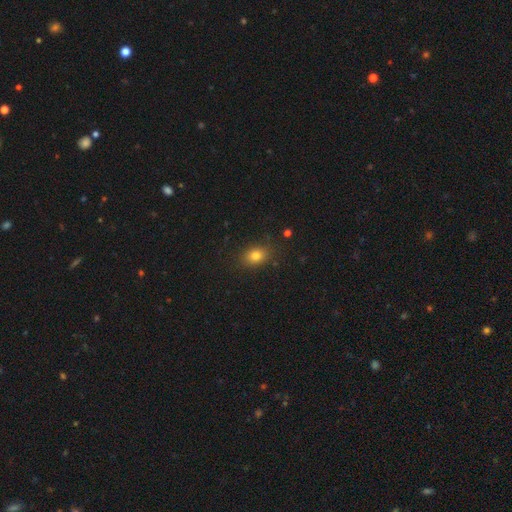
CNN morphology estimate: smooth-or-featured: smooth: 80% | star or artifact: 12% | featured or disk: 7%
  how-rounded: in between: 63% | round: 35% | cigar-shaped: 1%
  merging: none: 84% | minor disturbance: 11% | major disturbance: 3% | merger: 1%